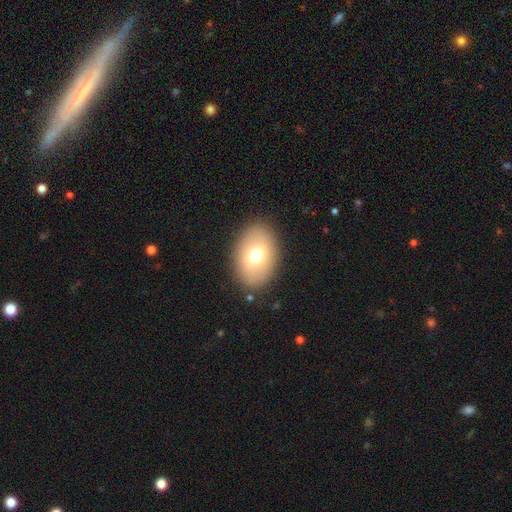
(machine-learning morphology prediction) This appears to be a smooth galaxy with no disk features (67%) that is in between round and cigar-shaped (79%). Merging: none (86%).